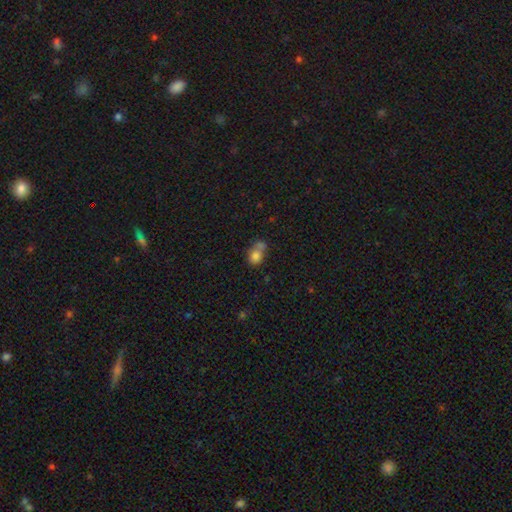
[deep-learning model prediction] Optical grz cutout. It shows a smooth galaxy with no disk features (77%) that is round (58%). Merging: merger (47%).